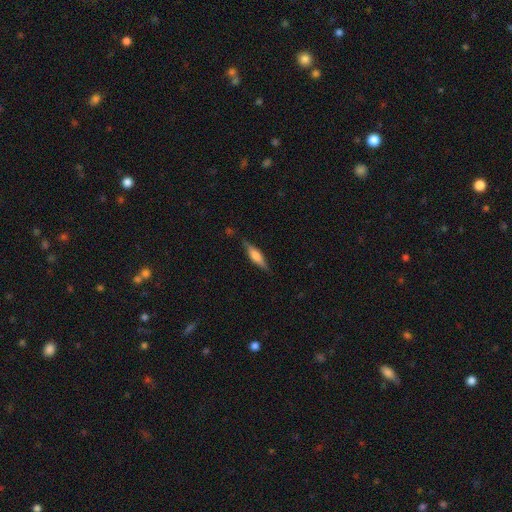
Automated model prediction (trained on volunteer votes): The model was most divided on "smooth or featured": featured or disk: 49%, smooth: 44%, star or artifact: 6%. More confident: merging — none (83%).